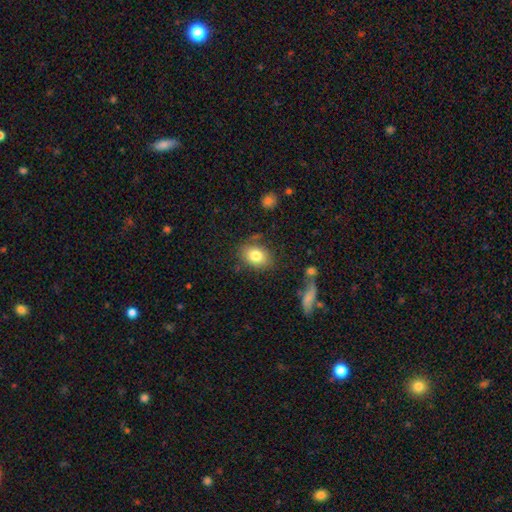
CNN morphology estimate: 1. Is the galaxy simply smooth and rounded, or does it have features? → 81% smooth, 10% featured or disk, 9% star or artifact.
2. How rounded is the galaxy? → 66% in between, 33% round, 1% cigar-shaped.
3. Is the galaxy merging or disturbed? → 75% none, 16% minor disturbance, 5% major disturbance, 4% merger.